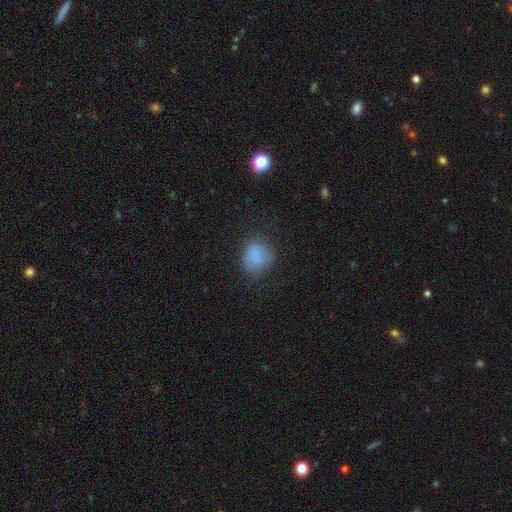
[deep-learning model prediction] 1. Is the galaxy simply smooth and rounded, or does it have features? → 77% smooth, 12% featured or disk, 11% star or artifact.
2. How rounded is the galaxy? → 62% round, 37% in between, 1% cigar-shaped.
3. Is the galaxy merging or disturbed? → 63% none, 24% minor disturbance, 11% major disturbance, 3% merger.